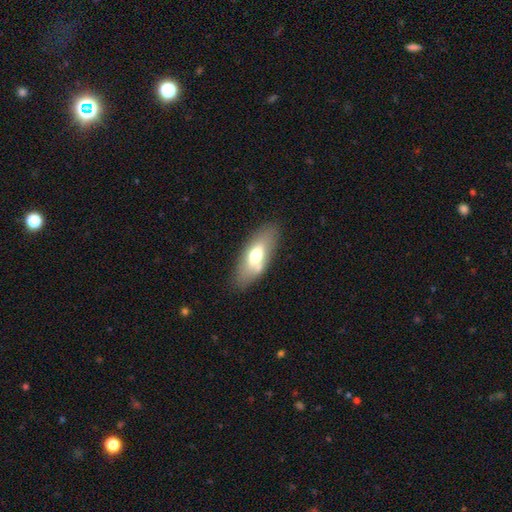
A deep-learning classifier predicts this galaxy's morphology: Smooth or featured?
  - smooth: 59% *
  - featured or disk: 34%
  - star or artifact: 7%
How rounded?
  - in between: 78% *
  - cigar-shaped: 19%
  - round: 3%
Merging?
  - none: 75% *
  - minor disturbance: 15%
  - merger: 5%
  - major disturbance: 5%